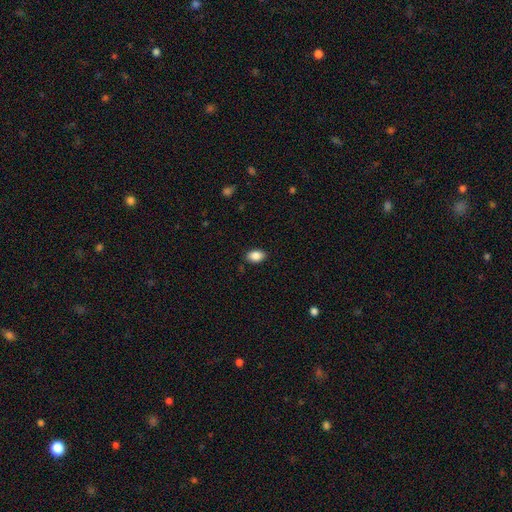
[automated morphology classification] Smooth or featured: smooth — 88% (star or artifact — 8%)
How rounded: in between — 87% (round — 12%)
Merging: none — 87% (minor disturbance — 10%)